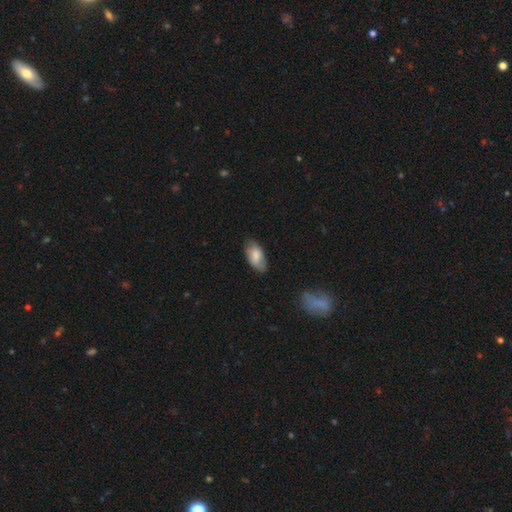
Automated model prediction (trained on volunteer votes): smooth_or_featured: smooth (p=0.78) [alt: featured or disk p=0.15]
how_rounded: in between (p=0.93) [alt: cigar-shaped p=0.04]
merging: none (p=0.75) [alt: minor disturbance p=0.20]